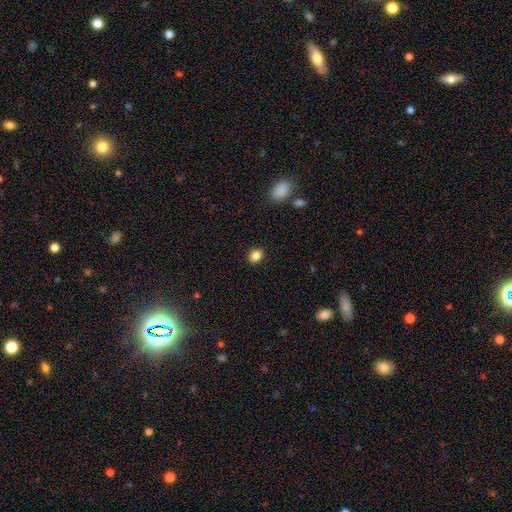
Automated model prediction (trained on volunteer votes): smooth_or_featured: smooth (p=0.85) [alt: star or artifact p=0.11]
how_rounded: round (p=0.59) [alt: in between p=0.40]
merging: none (p=0.90) [alt: minor disturbance p=0.07]